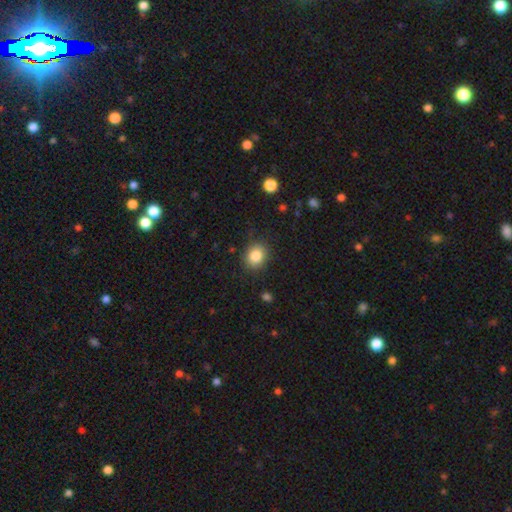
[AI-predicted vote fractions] The model was most divided on "how rounded": round: 66%, in between: 34%, cigar-shaped: 1%. More confident: merging — none (87%); smooth or featured — smooth (84%).